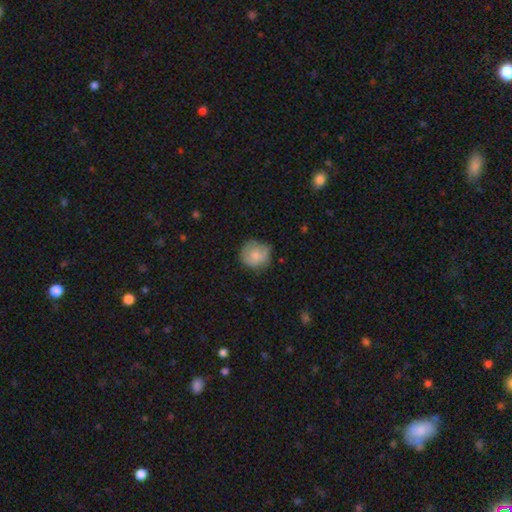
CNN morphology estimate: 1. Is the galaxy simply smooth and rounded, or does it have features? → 74% smooth, 19% featured or disk, 7% star or artifact.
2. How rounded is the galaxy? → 88% round, 11% in between, 1% cigar-shaped.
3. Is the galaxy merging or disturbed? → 64% none, 26% minor disturbance, 8% major disturbance, 2% merger.